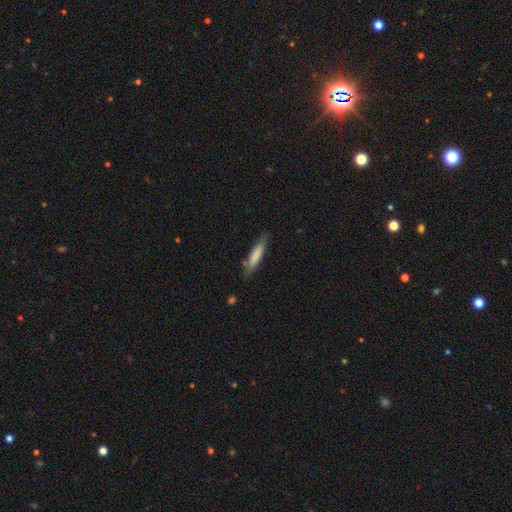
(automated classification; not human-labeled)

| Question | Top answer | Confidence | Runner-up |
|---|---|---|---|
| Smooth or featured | smooth | 80% | featured or disk (15%) |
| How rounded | cigar-shaped | 83% | in between (15%) |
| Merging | none | 77% | minor disturbance (17%) |